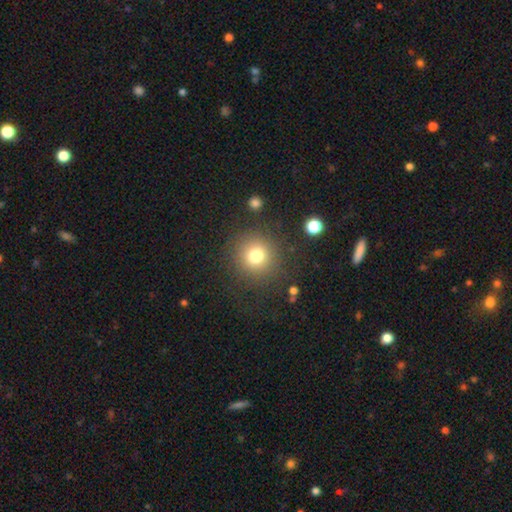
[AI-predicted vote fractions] smooth_or_featured: smooth (p=0.76) [alt: star or artifact p=0.15]
how_rounded: round (p=0.93) [alt: in between p=0.06]
merging: none (p=0.86) [alt: minor disturbance p=0.07]